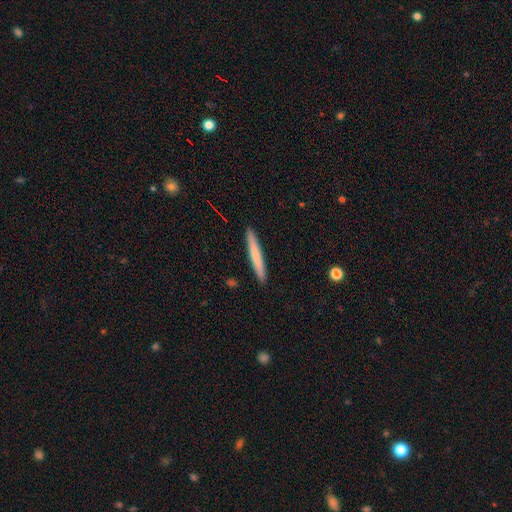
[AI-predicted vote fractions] smooth_or_featured: smooth (p=0.70) [alt: featured or disk p=0.24]
how_rounded: cigar-shaped (p=0.96) [alt: in between p=0.02]
merging: none (p=0.92) [alt: minor disturbance p=0.05]